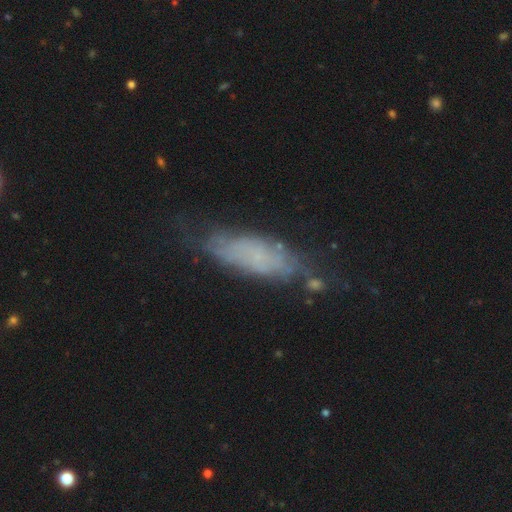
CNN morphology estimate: This appears to be a smooth galaxy with no disk features (48%). Merging: none (59%).